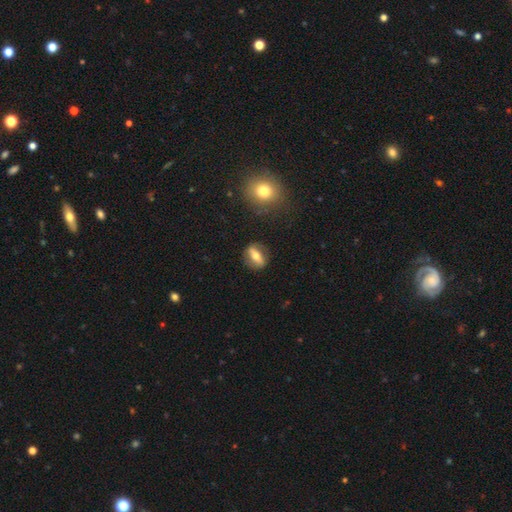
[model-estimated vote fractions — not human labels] Smooth or featured: featured or disk — 53% (smooth — 39%)
Edge-on disk: no — 54% (yes — 46%)
Merging: none — 84% (minor disturbance — 11%)